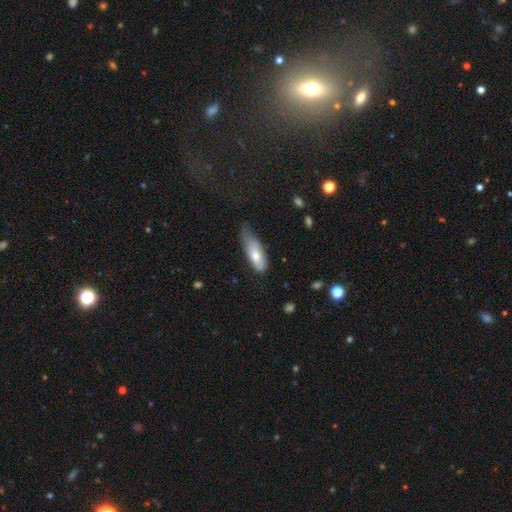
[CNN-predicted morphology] type=smooth (71%); roundness=in between (71%); merging=minor disturbance (48%).